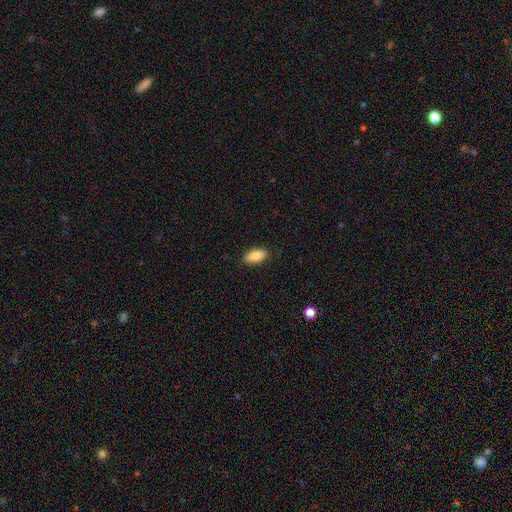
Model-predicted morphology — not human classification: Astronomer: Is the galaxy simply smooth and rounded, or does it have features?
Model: smooth — 87%.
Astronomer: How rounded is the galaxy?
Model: in between — 90%.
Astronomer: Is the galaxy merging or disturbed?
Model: none — 87%.